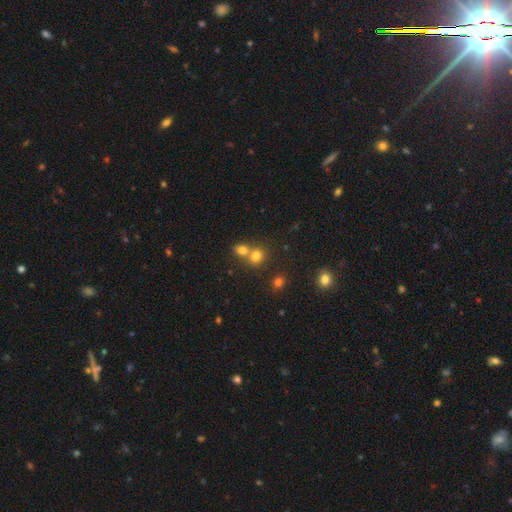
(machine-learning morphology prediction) Q: Smooth or featured?
A: smooth (76%); runner-up: star or artifact (15%)
Q: How rounded?
A: round (72%); runner-up: in between (27%)
Q: Merging?
A: merger (51%); runner-up: none (40%)